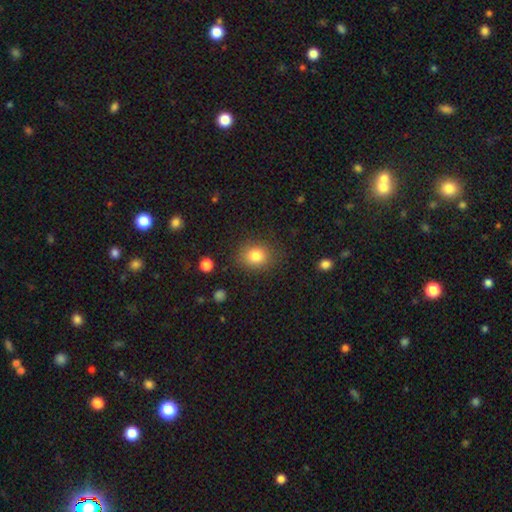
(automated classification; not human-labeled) smooth 82%, star or artifact 11%, featured or disk 7%. Down the decision tree: how rounded — round (62%); merging — none (83%).